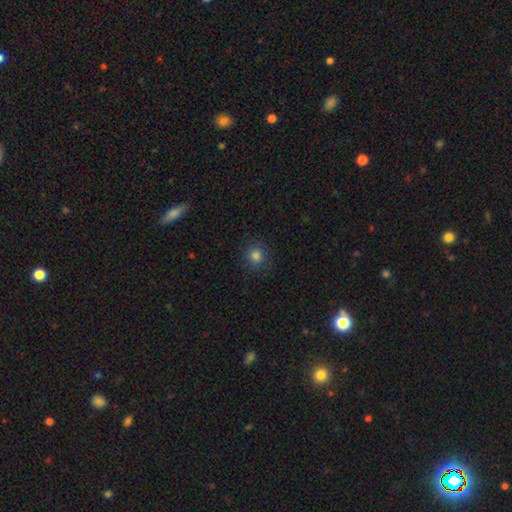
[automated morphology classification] This is clearly a smooth galaxy (82%). How rounded: clearly round (90%). Merging: clearly none (85%).